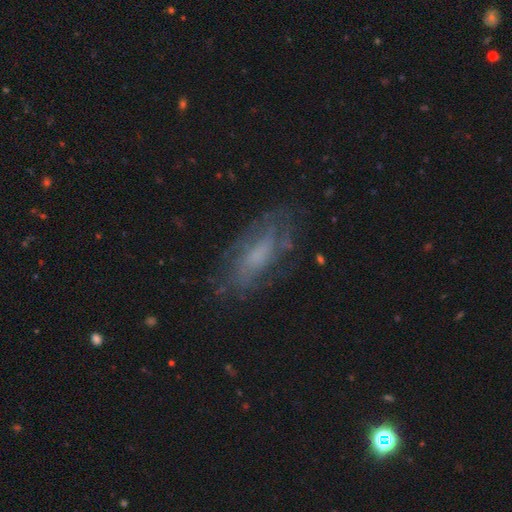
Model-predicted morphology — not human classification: type=featured or disk (55%); edge-on=no (82%); merging=none (73%).